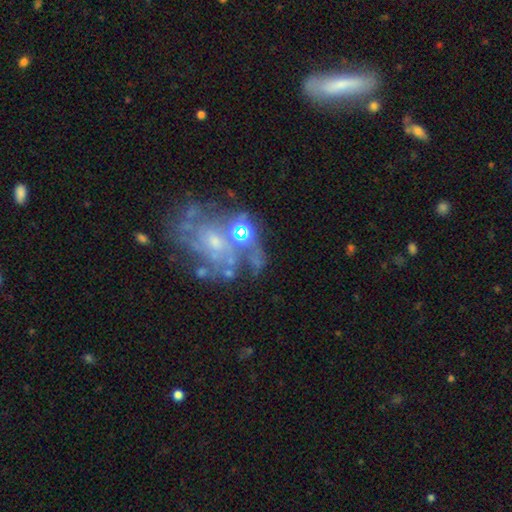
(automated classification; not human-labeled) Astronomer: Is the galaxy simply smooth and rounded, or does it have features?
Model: featured or disk — 73%.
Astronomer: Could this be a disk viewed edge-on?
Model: no — 97%.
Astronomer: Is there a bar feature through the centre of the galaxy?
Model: no — 73%.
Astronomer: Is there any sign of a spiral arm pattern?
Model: yes — 68%.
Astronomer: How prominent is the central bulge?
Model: small — 54% (runner-up: moderate, 32%).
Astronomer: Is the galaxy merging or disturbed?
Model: none — 48%.